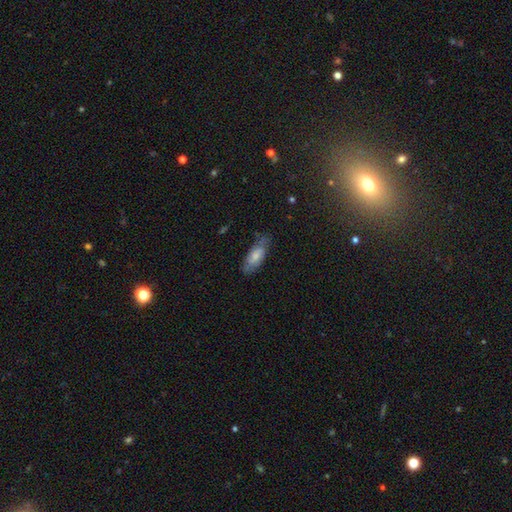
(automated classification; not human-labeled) This appears to be a smooth galaxy with no disk features (63%) that is in between round and cigar-shaped (82%). Merging: none (61%).